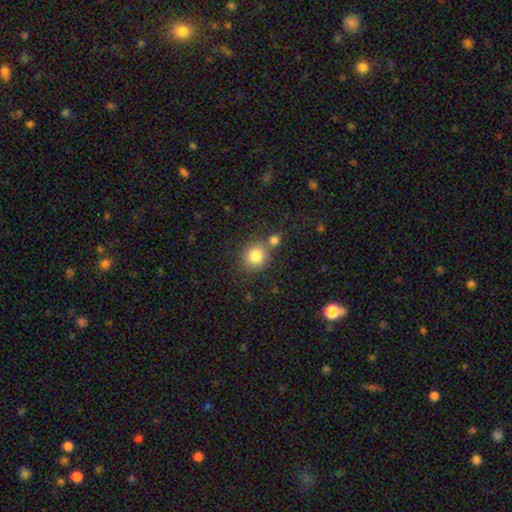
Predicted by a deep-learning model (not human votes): Smooth or featured: smooth — 83% (star or artifact — 10%)
How rounded: round — 88% (in between — 11%)
Merging: none — 65% (merger — 22%)